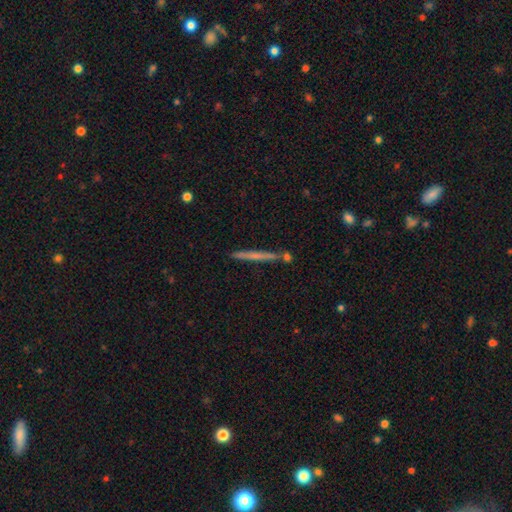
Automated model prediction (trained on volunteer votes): smooth_or_featured: smooth (p=0.49) [alt: featured or disk p=0.45]
merging: none (p=0.84) [alt: minor disturbance p=0.08]